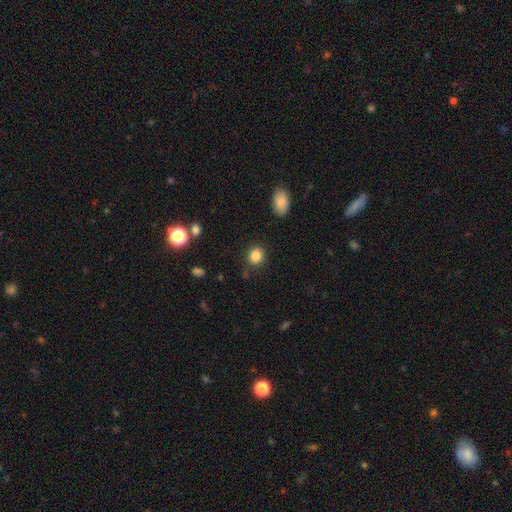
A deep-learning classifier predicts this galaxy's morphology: type=smooth (86%); roundness=round (79%); merging=none (86%).